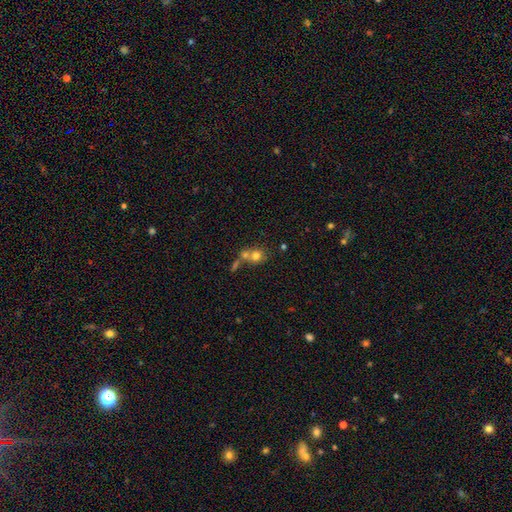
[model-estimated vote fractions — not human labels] Smooth or featured: smooth — 72% (featured or disk — 15%)
How rounded: round — 79% (in between — 20%)
Merging: merger — 50% (none — 37%)